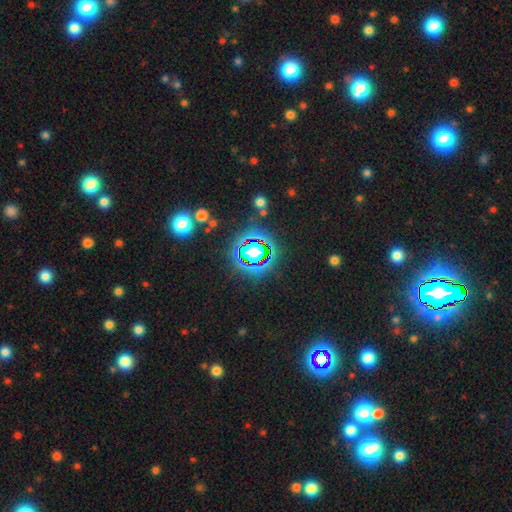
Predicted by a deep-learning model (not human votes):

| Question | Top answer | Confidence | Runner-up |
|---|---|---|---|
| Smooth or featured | star or artifact | 81% | smooth (11%) |